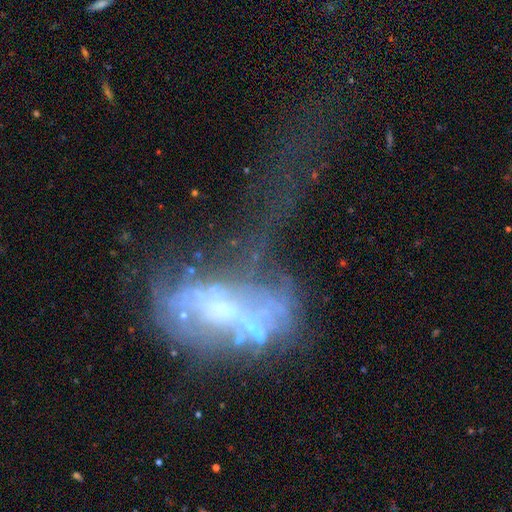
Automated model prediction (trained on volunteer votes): smooth_or_featured: featured or disk (p=0.62) [alt: smooth p=0.23]
disk_edge_on: no (p=0.88) [alt: yes p=0.12]
bar: no (p=0.67) [alt: weak p=0.20]
has_spiral_arms: no (p=0.77) [alt: yes p=0.23]
bulge_size: moderate (p=0.33) [alt: small p=0.30]
merging: major disturbance (p=0.52) [alt: merger p=0.25]